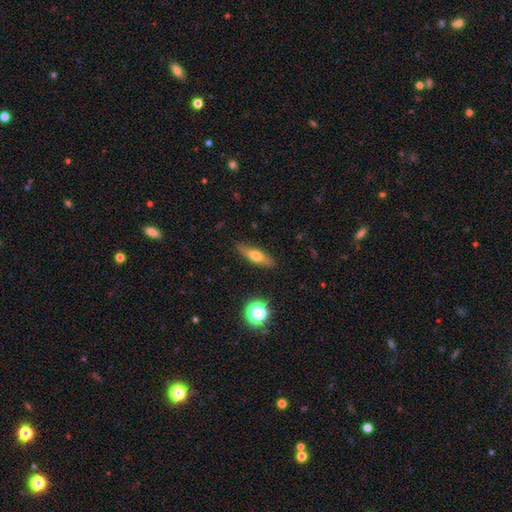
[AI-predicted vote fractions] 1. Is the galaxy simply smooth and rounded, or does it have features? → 52% smooth, 40% featured or disk, 9% star or artifact.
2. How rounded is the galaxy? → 64% cigar-shaped, 32% in between, 4% round.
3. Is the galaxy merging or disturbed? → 86% none, 10% minor disturbance, 2% major disturbance, 1% merger.